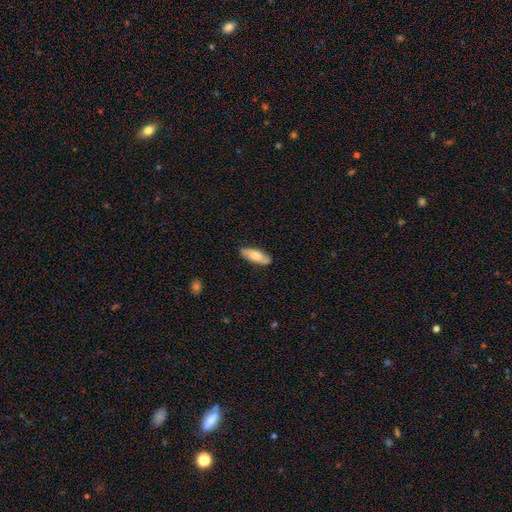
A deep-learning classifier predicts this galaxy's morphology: Smooth or featured?
  - smooth: 73% *
  - featured or disk: 21%
  - star or artifact: 6%
How rounded?
  - in between: 68% *
  - cigar-shaped: 30%
  - round: 2%
Merging?
  - none: 86% *
  - minor disturbance: 11%
  - major disturbance: 2%
  - merger: 1%